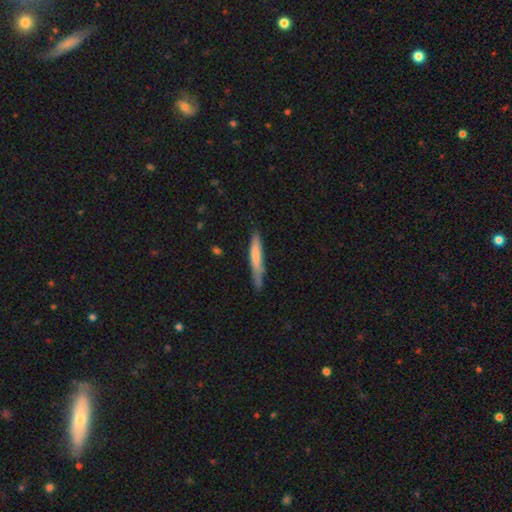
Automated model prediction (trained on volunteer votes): Morphology: type=smooth (69%); roundness=cigar-shaped (93%); merging=none (67%).